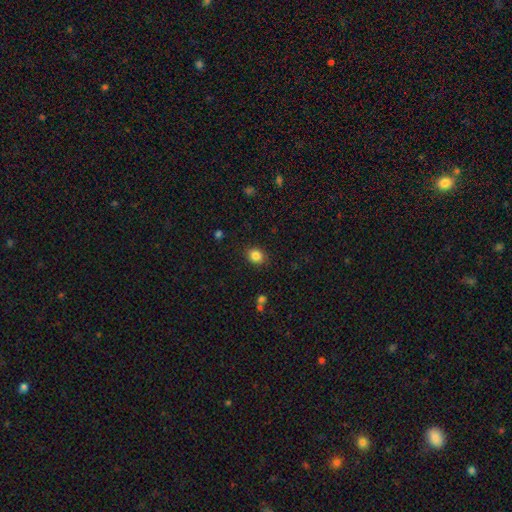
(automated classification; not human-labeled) Morphology: type=smooth (85%); roundness=round (64%); merging=none (87%).